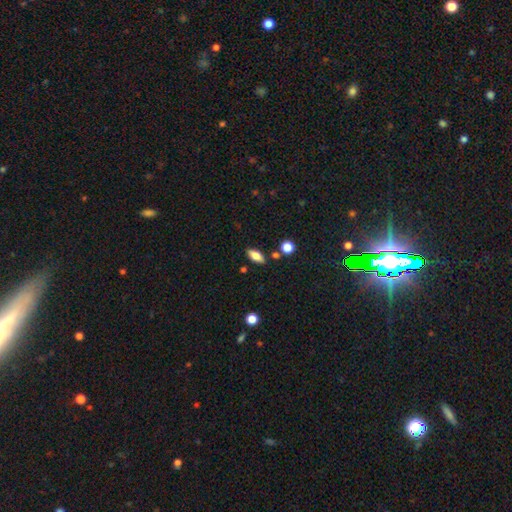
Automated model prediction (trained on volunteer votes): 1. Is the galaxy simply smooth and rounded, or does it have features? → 74% smooth, 18% featured or disk, 8% star or artifact.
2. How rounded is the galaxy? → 83% in between, 13% cigar-shaped, 4% round.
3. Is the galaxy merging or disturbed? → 83% none, 10% minor disturbance, 4% merger, 2% major disturbance.